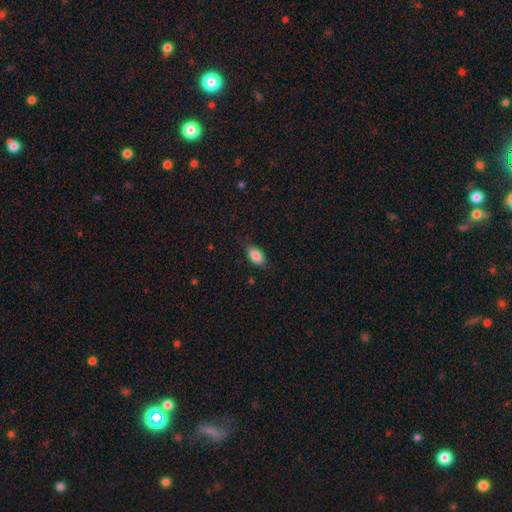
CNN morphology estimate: smooth_or_featured: smooth (p=0.86) [alt: featured or disk p=0.07]
how_rounded: in between (p=0.91) [alt: cigar-shaped p=0.05]
merging: none (p=0.81) [alt: minor disturbance p=0.15]